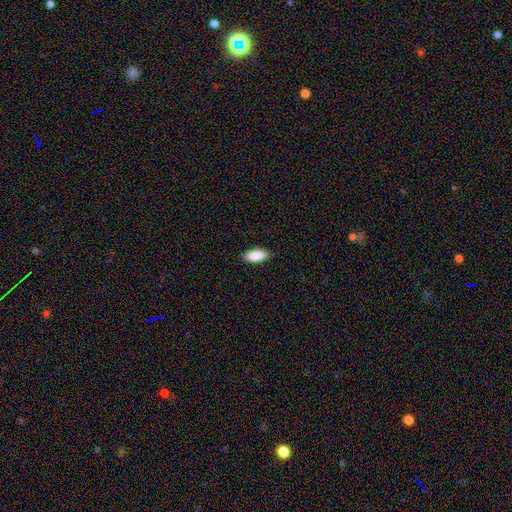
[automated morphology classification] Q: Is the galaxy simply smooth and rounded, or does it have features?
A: smooth — 88%.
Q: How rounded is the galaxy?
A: in between — 81%.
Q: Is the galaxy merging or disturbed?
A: none — 85%.